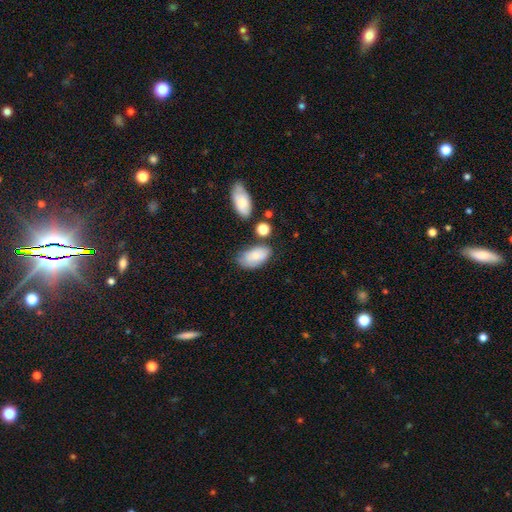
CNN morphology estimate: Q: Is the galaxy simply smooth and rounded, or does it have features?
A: smooth — 75%.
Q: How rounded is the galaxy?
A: in between — 93%.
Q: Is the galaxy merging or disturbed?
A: none — 57%.